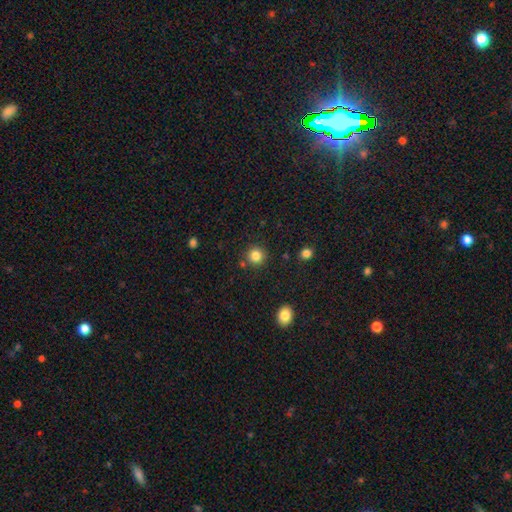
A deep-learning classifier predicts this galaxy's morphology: This appears to be a smooth galaxy with no disk features (84%) that is round (93%). Merging: none (86%).